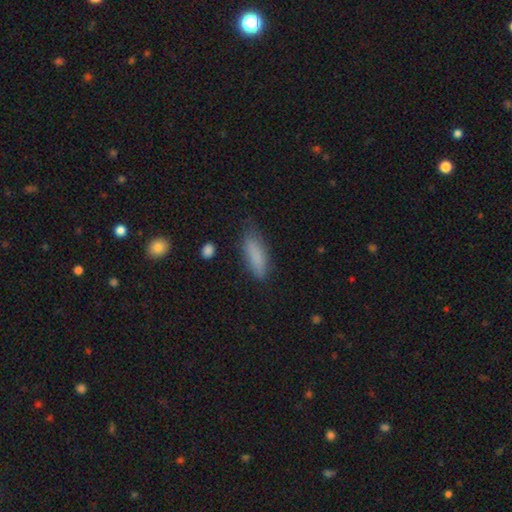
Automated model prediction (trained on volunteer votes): This appears to be a smooth galaxy with no disk features (84%) that is in between round and cigar-shaped (55%). Merging: none (71%).